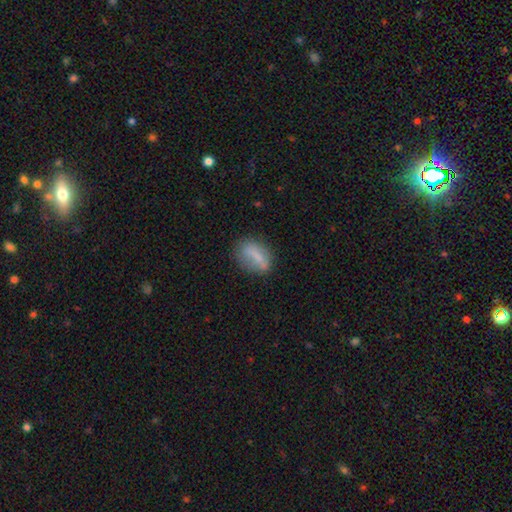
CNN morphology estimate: Smooth or featured? Predicted: smooth (p=0.66). How rounded? Predicted: in between (p=0.74). Merging? Predicted: none (p=0.69).